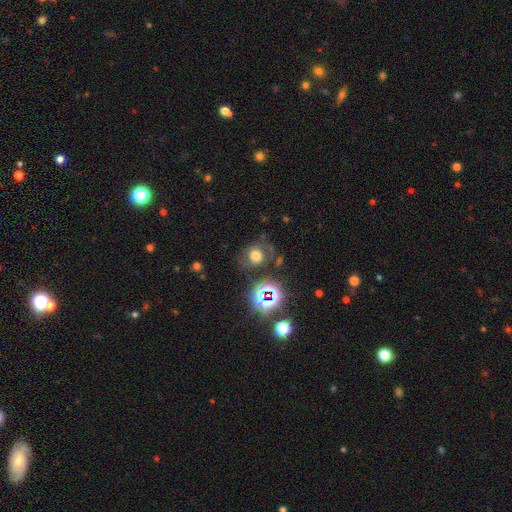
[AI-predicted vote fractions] Morphology: type=smooth (43%); merging=none (61%).